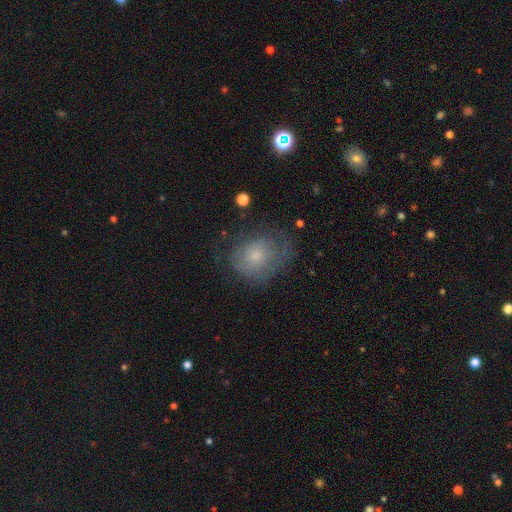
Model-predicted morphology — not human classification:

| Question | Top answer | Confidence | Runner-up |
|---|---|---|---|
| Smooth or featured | smooth | 54% | featured or disk (35%) |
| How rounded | round | 54% | in between (45%) |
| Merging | none | 50% | minor disturbance (27%) |